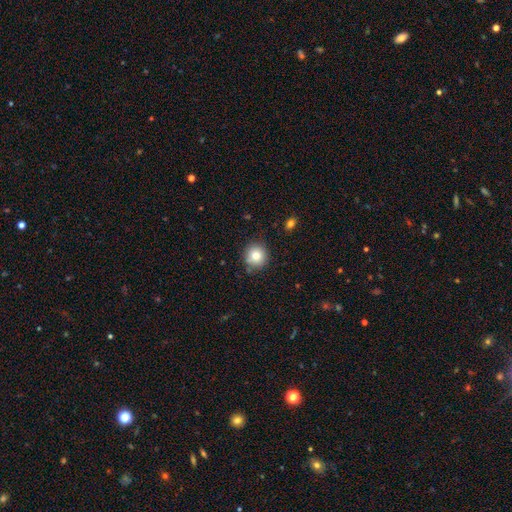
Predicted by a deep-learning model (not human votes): The model was most divided on "merging": none: 82%, minor disturbance: 12%, merger: 3%, major disturbance: 3%. More confident: how rounded — round (91%); smooth or featured — smooth (81%).